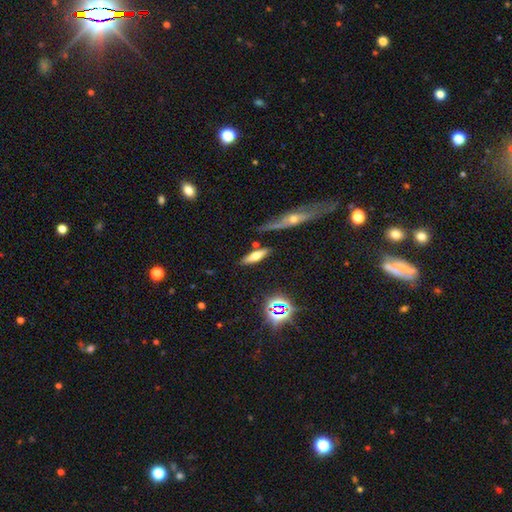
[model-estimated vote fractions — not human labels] Smooth or featured? Predicted: smooth (p=0.55). How rounded? Predicted: cigar-shaped (p=0.54). Merging? Predicted: none (p=0.72).